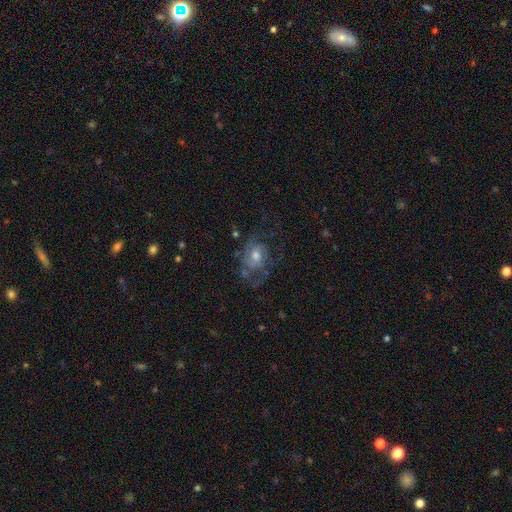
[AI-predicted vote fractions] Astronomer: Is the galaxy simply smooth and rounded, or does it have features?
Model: featured or disk — 72%.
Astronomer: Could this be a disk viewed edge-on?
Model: no — 97%.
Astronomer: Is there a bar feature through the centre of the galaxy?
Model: no — 67%.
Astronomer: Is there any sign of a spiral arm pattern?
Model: yes — 84%.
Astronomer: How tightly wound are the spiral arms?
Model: medium — 45% (runner-up: tight, 34%).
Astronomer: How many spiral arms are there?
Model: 2 — 42% (runner-up: can't tell, 30%).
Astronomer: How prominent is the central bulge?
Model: moderate — 63%.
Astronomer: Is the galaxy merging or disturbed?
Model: none — 52%.